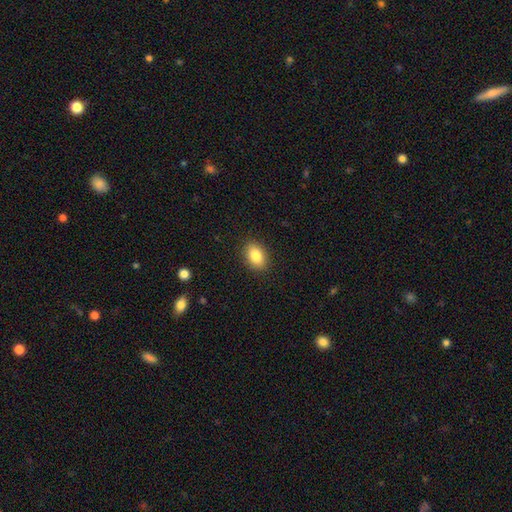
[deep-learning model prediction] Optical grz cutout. It shows a smooth galaxy with no disk features (85%) that is in between round and cigar-shaped (84%). Merging: none (89%).